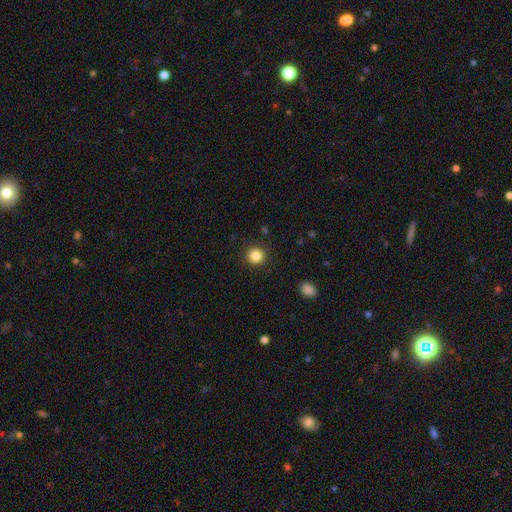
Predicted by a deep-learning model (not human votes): Q: Smooth or featured?
A: smooth (85%); runner-up: star or artifact (11%)
Q: How rounded?
A: round (94%); runner-up: in between (6%)
Q: Merging?
A: none (91%); runner-up: minor disturbance (5%)